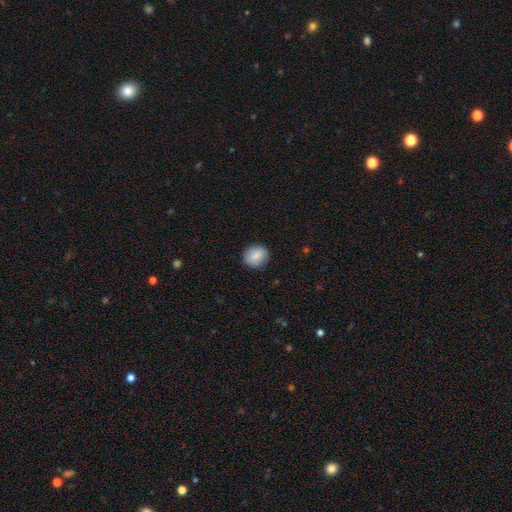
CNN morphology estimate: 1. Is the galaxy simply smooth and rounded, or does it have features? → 84% smooth, 8% featured or disk, 7% star or artifact.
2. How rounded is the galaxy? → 76% round, 22% in between, 1% cigar-shaped.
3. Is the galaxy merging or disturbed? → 88% none, 9% minor disturbance, 2% major disturbance, 1% merger.